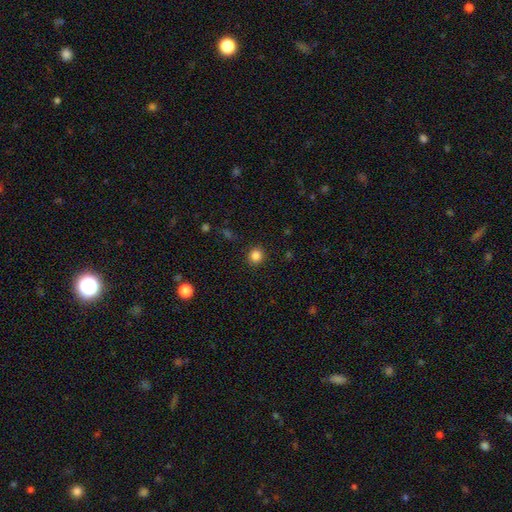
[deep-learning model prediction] Morphology: type=smooth (84%); roundness=round (90%); merging=none (91%).